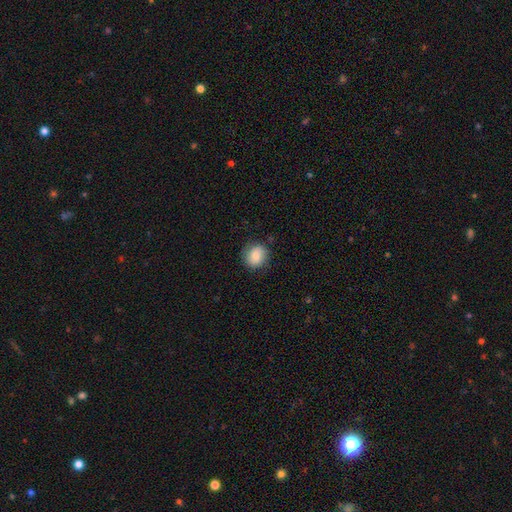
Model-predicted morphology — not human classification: This appears to be a smooth galaxy with no disk features (81%) that is round (77%). Merging: none (79%).